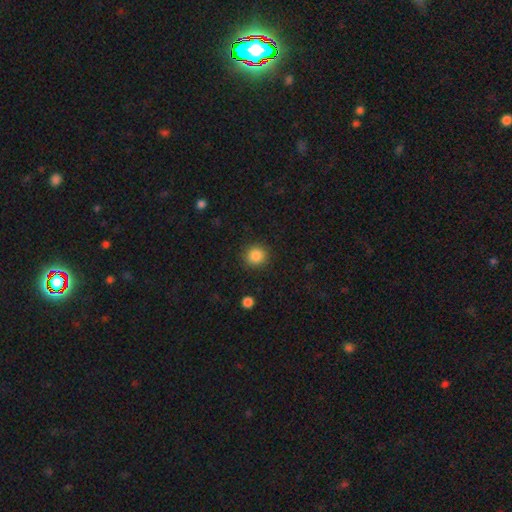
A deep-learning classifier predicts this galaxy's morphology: This is clearly a smooth galaxy (86%). How rounded: clearly round (92%). Merging: clearly none (90%).